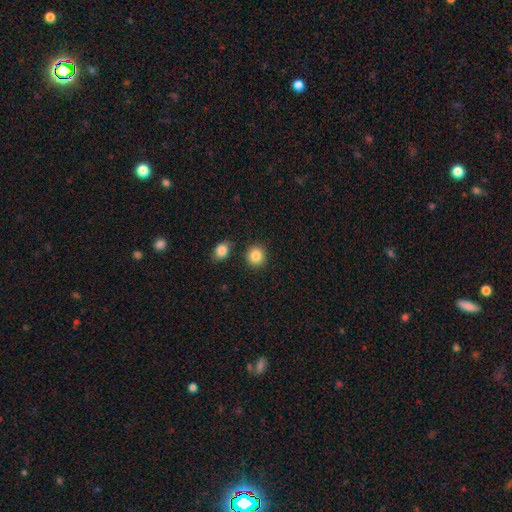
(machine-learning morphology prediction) Q: Smooth or featured?
A: smooth (86%); runner-up: star or artifact (9%)
Q: How rounded?
A: round (88%); runner-up: in between (11%)
Q: Merging?
A: none (87%); runner-up: minor disturbance (7%)